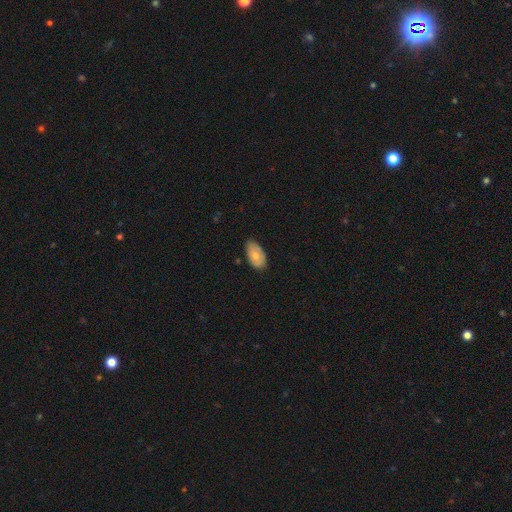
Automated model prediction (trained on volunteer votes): smooth 65%, featured or disk 29%, star or artifact 7%. Down the decision tree: how rounded — in between (93%); merging — none (73%).